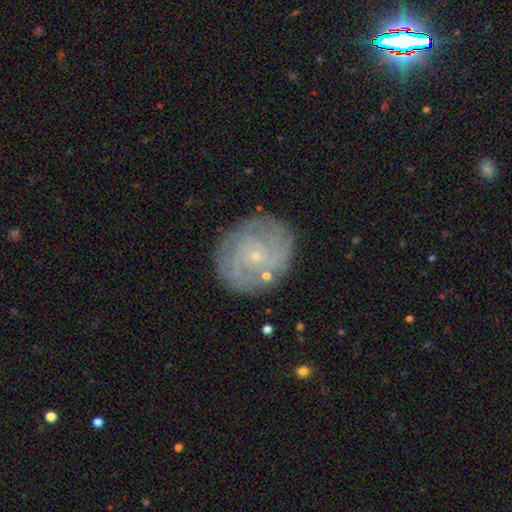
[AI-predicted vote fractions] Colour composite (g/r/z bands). It shows a featured or disk galaxy (70%) with no bar (80%), tight (69%) spiral arms (84%) and a small central bulge (87%). Merging: none (80%).